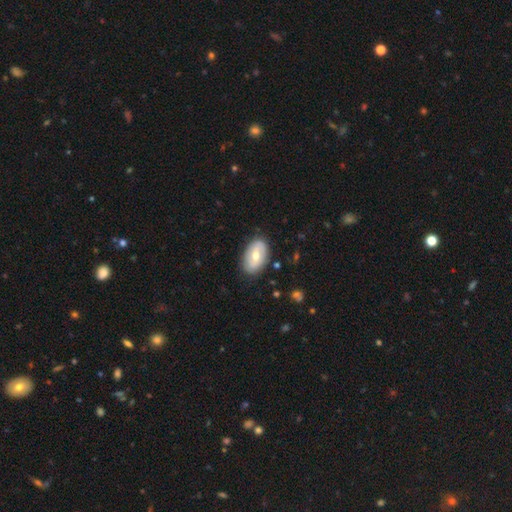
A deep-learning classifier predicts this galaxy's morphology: type=smooth (50%); roundness=in between (91%); merging=none (83%).